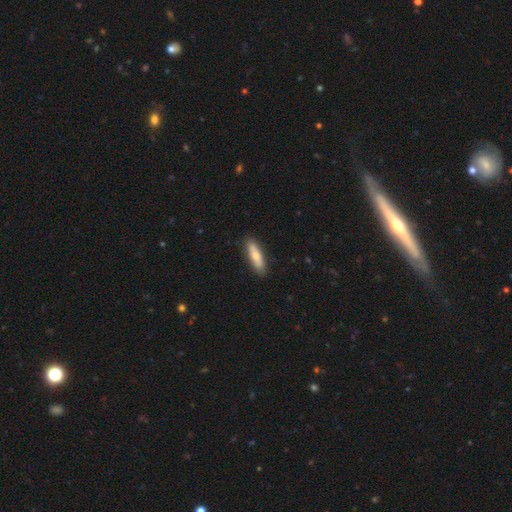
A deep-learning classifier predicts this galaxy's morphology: Q: Smooth or featured?
A: smooth (68%); runner-up: featured or disk (27%)
Q: How rounded?
A: cigar-shaped (69%); runner-up: in between (29%)
Q: Merging?
A: none (88%); runner-up: minor disturbance (9%)